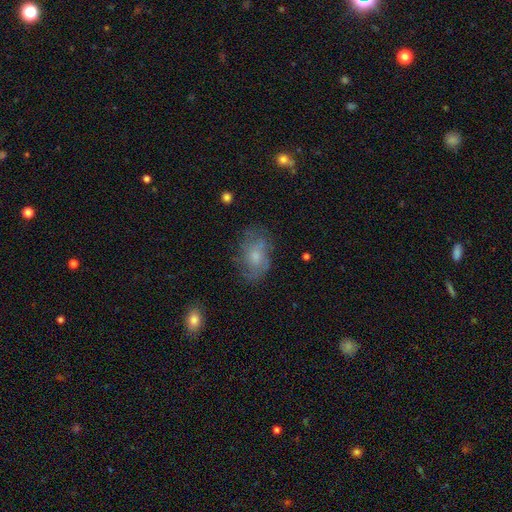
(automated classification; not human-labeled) smooth-or-featured: smooth: 47% | featured or disk: 43% | star or artifact: 10%
  merging: none: 64% | minor disturbance: 23% | major disturbance: 12% | merger: 2%